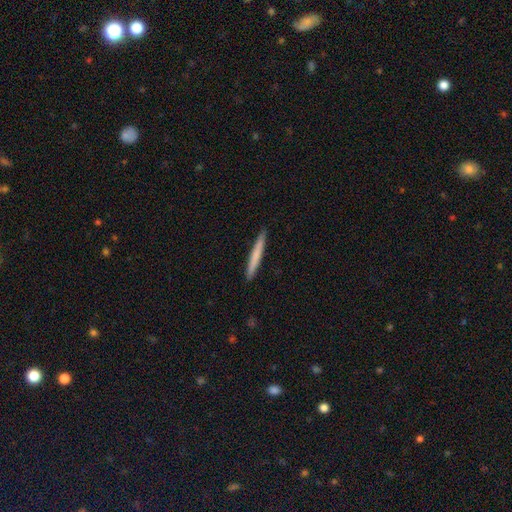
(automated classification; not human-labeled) Smooth or featured? smooth (70%)
How rounded? cigar-shaped (97%)
Merging? none (91%)